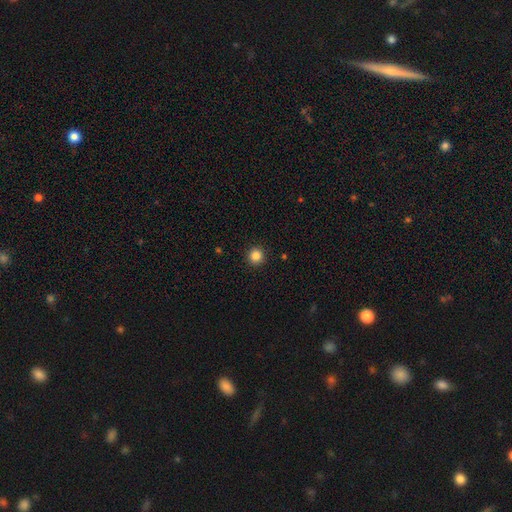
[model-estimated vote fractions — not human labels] Morphology: type=smooth (85%); roundness=round (95%); merging=none (93%).